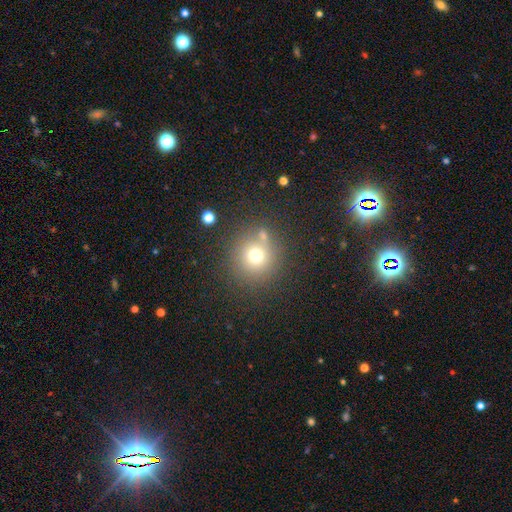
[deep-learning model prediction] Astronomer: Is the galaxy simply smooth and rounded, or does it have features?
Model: smooth — 70%.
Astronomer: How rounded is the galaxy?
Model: round — 92%.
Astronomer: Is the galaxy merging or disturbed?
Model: none — 74%.